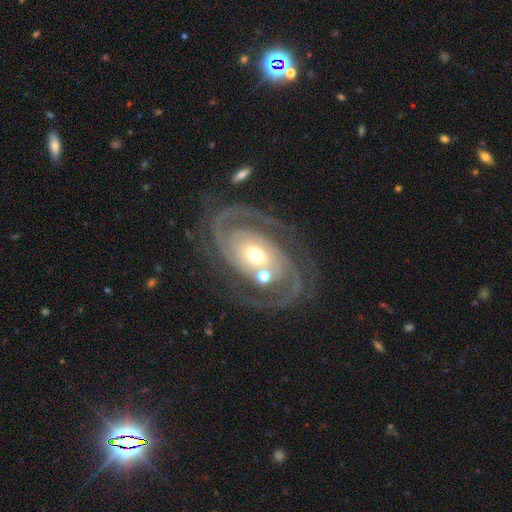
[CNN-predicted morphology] smooth-or-featured: featured or disk: 90% | smooth: 5% | star or artifact: 5%
  disk-edge-on: no: 96% | yes: 4%
    bar: no: 64% | weak: 24% | strong: 12%
    has-spiral-arms: yes: 97% | no: 3%
      spiral-winding: tight: 57% | medium: 35% | loose: 8%
      spiral-arm-count: 2: 82% | can't tell: 6% | 3: 6% | 1: 3% | 4: 2% | more than 4: 2%
    bulge-size: moderate: 60% | small: 31% | large: 6% | dominant: 1% | none: 1%
  merging: none: 65% | minor disturbance: 15% | merger: 10% | major disturbance: 10%